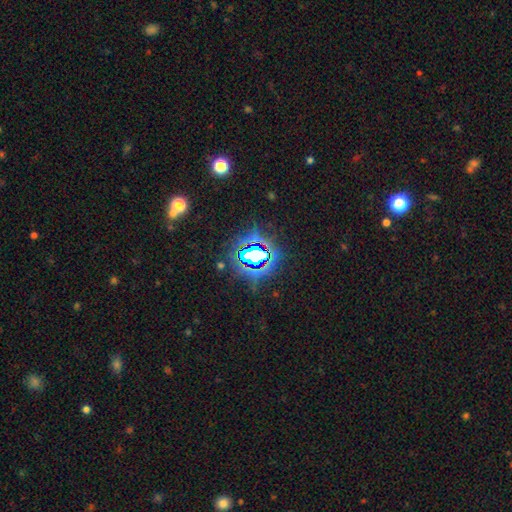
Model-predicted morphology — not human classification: star or artifact 76%, smooth 13%, featured or disk 11%.